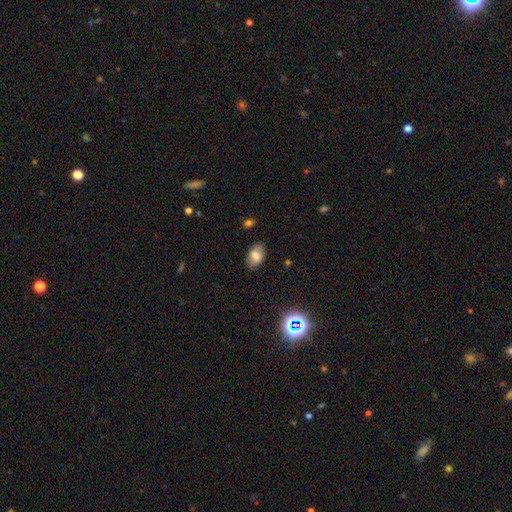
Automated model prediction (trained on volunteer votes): Smooth or featured?
  - smooth: 75% *
  - featured or disk: 14%
  - star or artifact: 10%
How rounded?
  - in between: 90% *
  - round: 9%
  - cigar-shaped: 1%
Merging?
  - none: 81% *
  - minor disturbance: 14%
  - major disturbance: 3%
  - merger: 1%